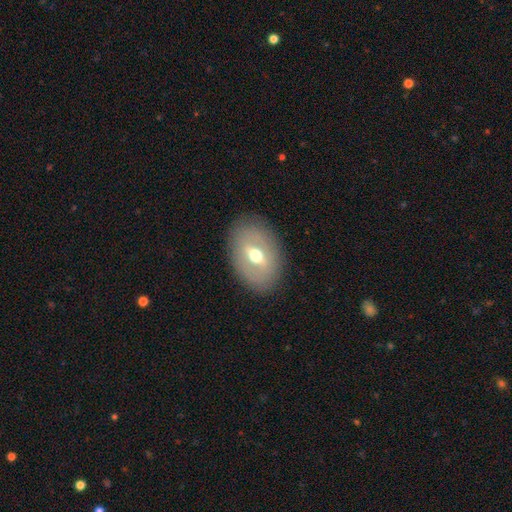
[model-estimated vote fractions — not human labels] Overall: featured or disk (52%; smooth 41%). Edge-on disk: no (86%). Merging: none (83%).